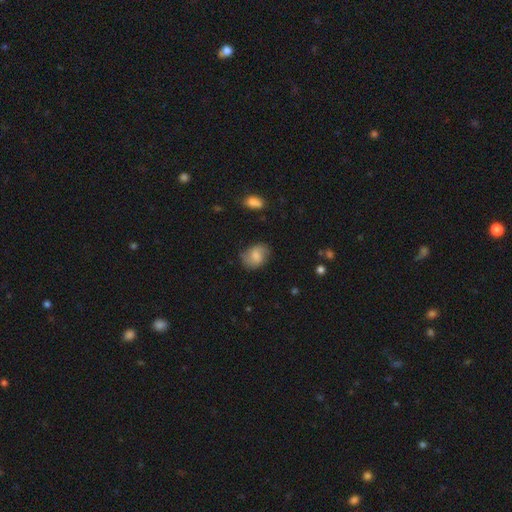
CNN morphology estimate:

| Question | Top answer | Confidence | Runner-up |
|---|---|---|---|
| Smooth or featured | smooth | 65% | featured or disk (27%) |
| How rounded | in between | 63% | round (36%) |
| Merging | none | 69% | minor disturbance (23%) |